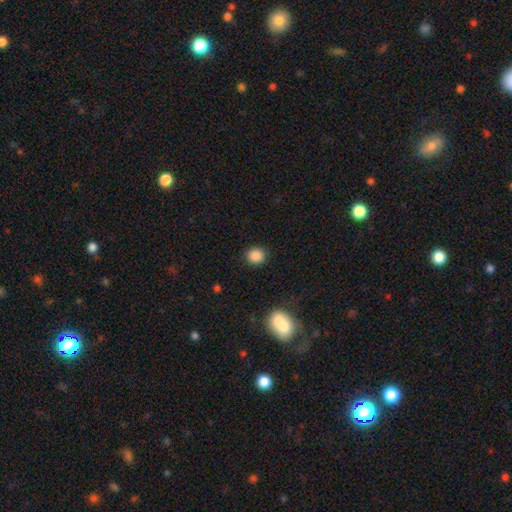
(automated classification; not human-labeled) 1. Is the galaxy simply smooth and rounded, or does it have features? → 87% smooth, 10% star or artifact, 3% featured or disk.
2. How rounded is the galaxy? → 86% round, 13% in between, 1% cigar-shaped.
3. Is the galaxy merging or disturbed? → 89% none, 7% minor disturbance, 2% major disturbance, 2% merger.